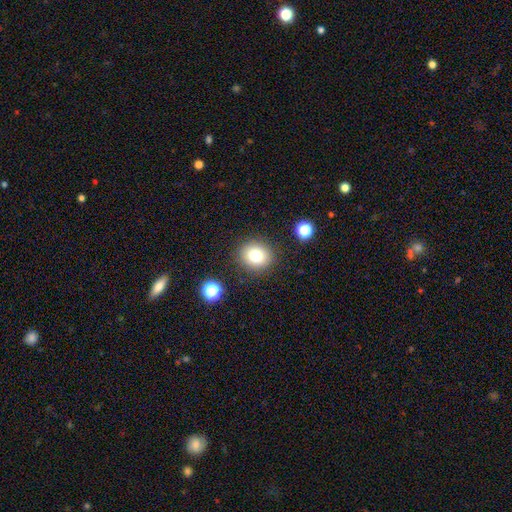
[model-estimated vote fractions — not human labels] Smooth or featured: smooth — 78% (star or artifact — 13%)
How rounded: round — 80% (in between — 19%)
Merging: none — 87% (minor disturbance — 8%)